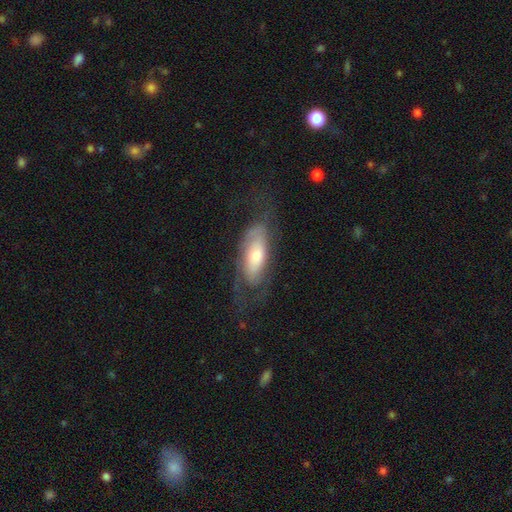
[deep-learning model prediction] smooth_or_featured: featured or disk (p=0.57) [alt: smooth p=0.36]
disk_edge_on: no (p=0.83) [alt: yes p=0.17]
merging: none (p=0.56) [alt: minor disturbance p=0.22]